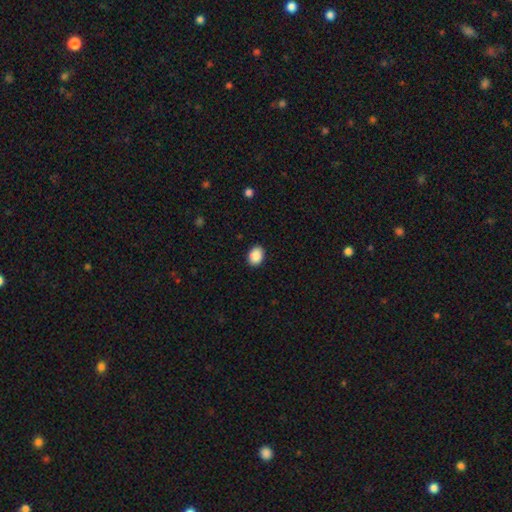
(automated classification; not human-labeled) Morphology: type=smooth (89%); roundness=in between (62%); merging=none (89%).